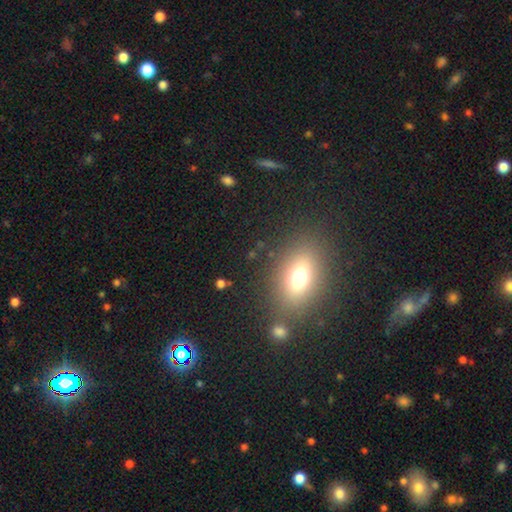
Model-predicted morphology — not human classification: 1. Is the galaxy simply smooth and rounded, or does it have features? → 61% smooth, 22% star or artifact, 17% featured or disk.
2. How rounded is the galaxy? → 75% in between, 16% round, 9% cigar-shaped.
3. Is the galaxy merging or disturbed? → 82% none, 9% minor disturbance, 5% merger, 4% major disturbance.